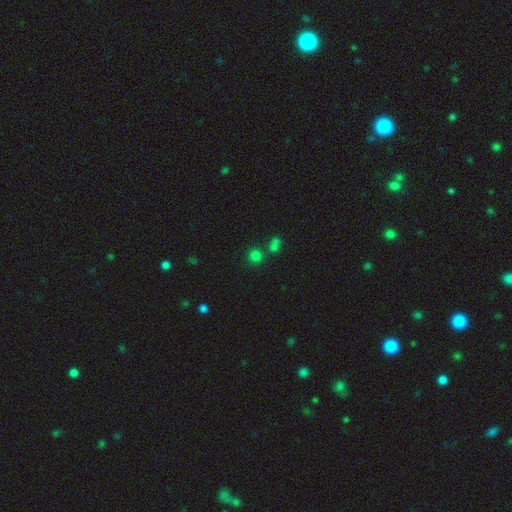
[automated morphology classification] A smooth galaxy with no disk features (73%) that is round (89%).

Vote fractions:
- Smooth or featured? smooth: 73% / star or artifact: 21% / featured or disk: 5%
- How rounded? round: 89% / in between: 10% / cigar-shaped: 1%
- Merging? none: 71% / merger: 18% / minor disturbance: 8% / major disturbance: 3%